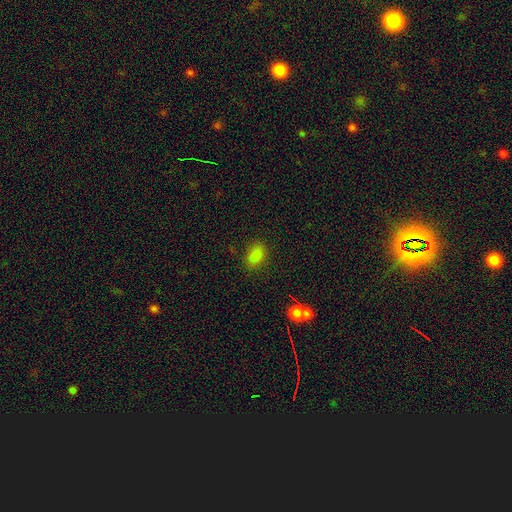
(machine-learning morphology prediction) A smooth galaxy with no disk features (82%) that is in between round and cigar-shaped (86%). Merging: none (77%).